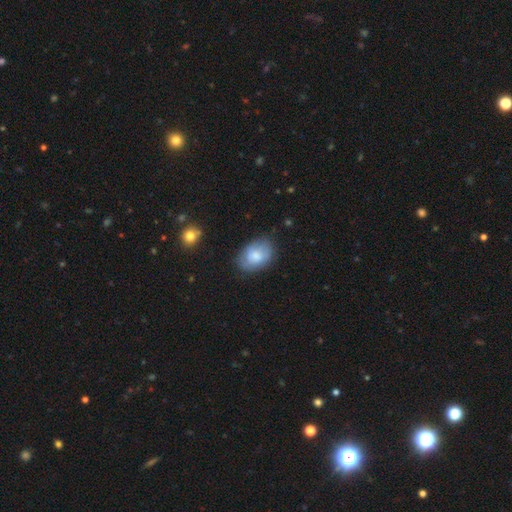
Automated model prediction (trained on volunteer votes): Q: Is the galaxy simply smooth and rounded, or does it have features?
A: smooth — 67%.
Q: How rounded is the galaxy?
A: in between — 82%.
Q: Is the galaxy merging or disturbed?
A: none — 69%.